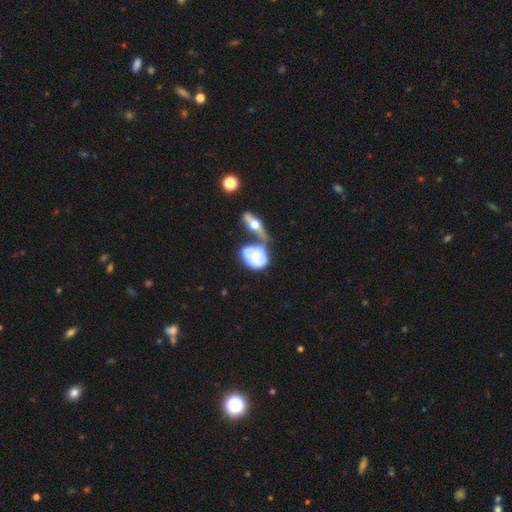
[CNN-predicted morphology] This is possibly a featured or disk galaxy (49%). Merging: likely merger (64%).